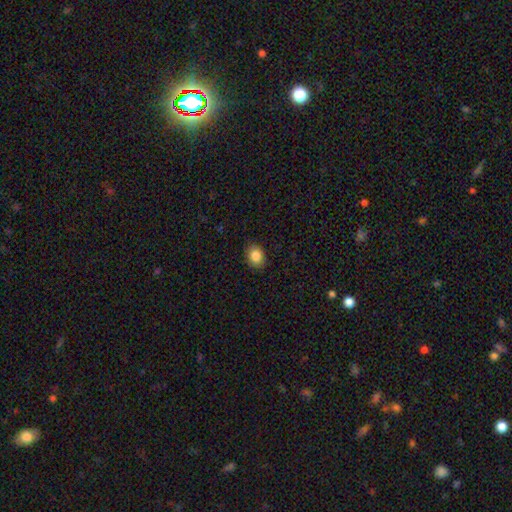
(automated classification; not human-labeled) Q: Smooth or featured?
A: smooth (86%); runner-up: star or artifact (9%)
Q: How rounded?
A: in between (54%); runner-up: round (45%)
Q: Merging?
A: none (88%); runner-up: minor disturbance (9%)